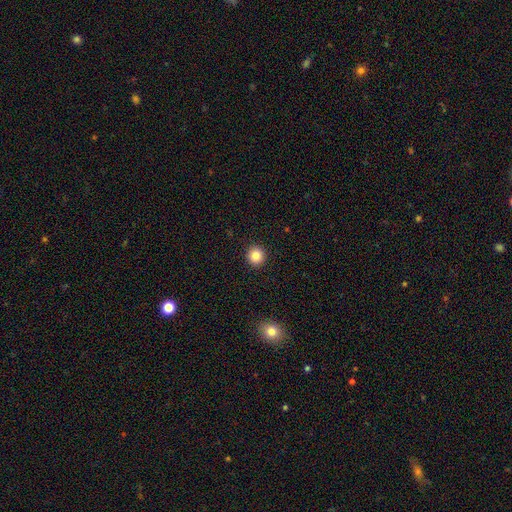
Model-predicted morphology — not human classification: Smooth or featured: smooth — 84% (star or artifact — 11%)
How rounded: round — 93% (in between — 6%)
Merging: none — 93% (minor disturbance — 4%)